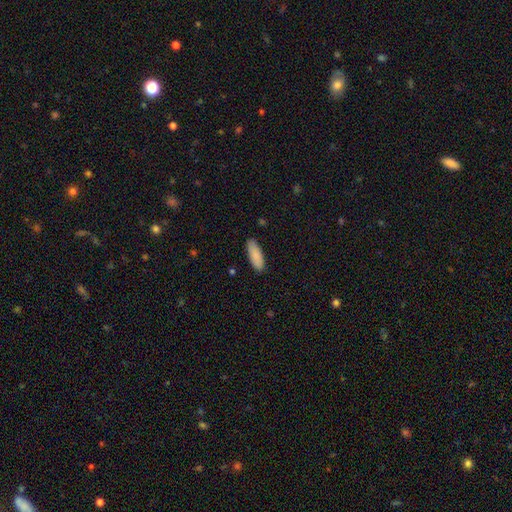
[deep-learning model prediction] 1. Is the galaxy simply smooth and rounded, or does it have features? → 88% smooth, 6% featured or disk, 6% star or artifact.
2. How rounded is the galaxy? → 67% in between, 31% cigar-shaped, 2% round.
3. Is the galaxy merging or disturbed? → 85% none, 11% minor disturbance, 2% major disturbance, 1% merger.